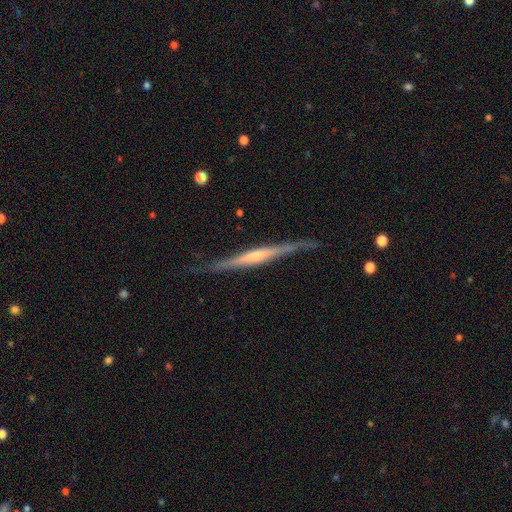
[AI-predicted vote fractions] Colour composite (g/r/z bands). It shows a featured or disk galaxy (73%) viewed edge-on (96%) with no central bulge (44%). Merging: none (77%).